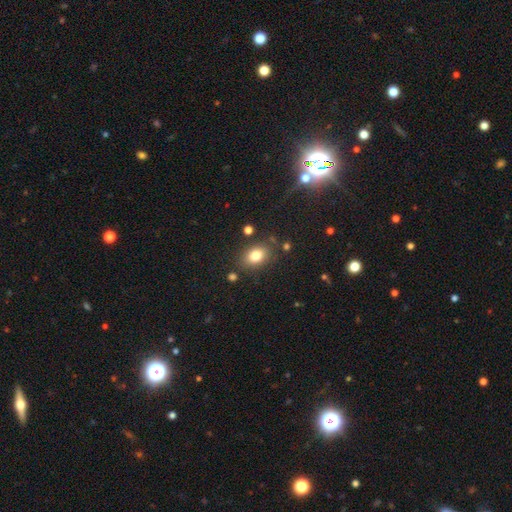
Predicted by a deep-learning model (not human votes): Smooth or featured? smooth (81%)
How rounded? in between (76%)
Merging? none (80%)